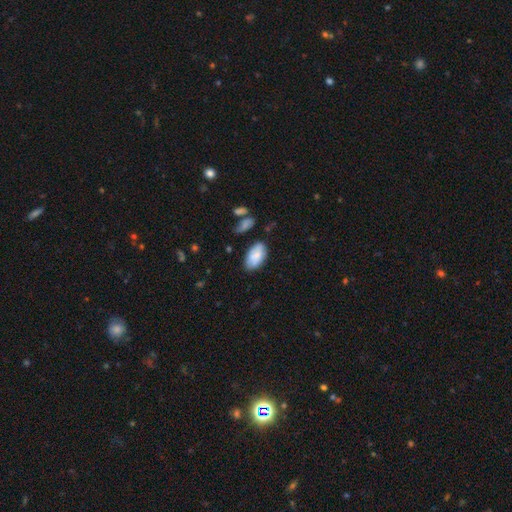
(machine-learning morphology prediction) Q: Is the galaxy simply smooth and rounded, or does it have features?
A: smooth — 73%.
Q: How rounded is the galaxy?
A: in between — 94%.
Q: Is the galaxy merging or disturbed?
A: none — 68%.